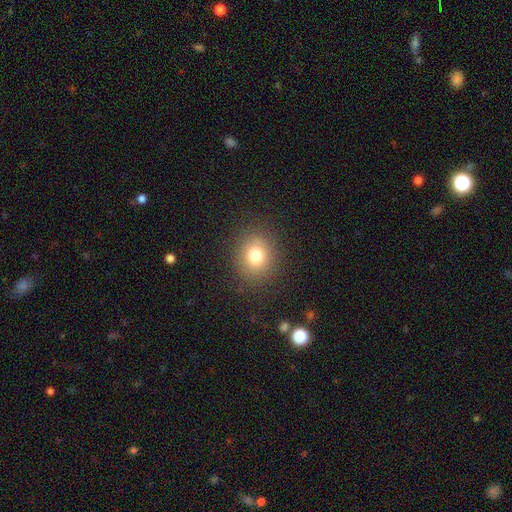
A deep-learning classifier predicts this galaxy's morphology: Q: Smooth or featured?
A: smooth (76%); runner-up: star or artifact (13%)
Q: How rounded?
A: round (75%); runner-up: in between (24%)
Q: Merging?
A: none (87%); runner-up: minor disturbance (8%)